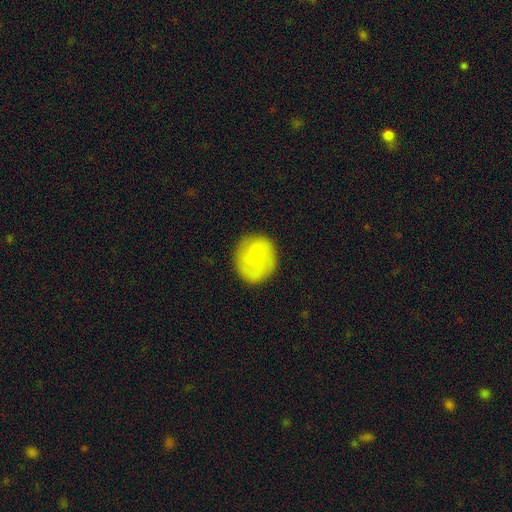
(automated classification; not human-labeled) Morphology: type=smooth (64%); roundness=round (74%); merging=none (71%).